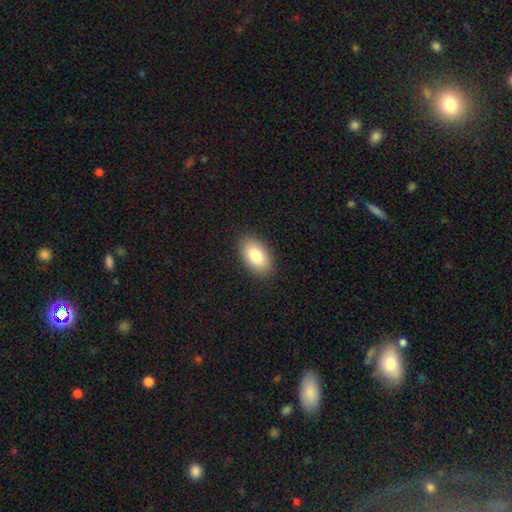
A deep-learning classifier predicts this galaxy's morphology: smooth 83%, featured or disk 10%, star or artifact 7%. Down the decision tree: how rounded — in between (94%); merging — none (89%).